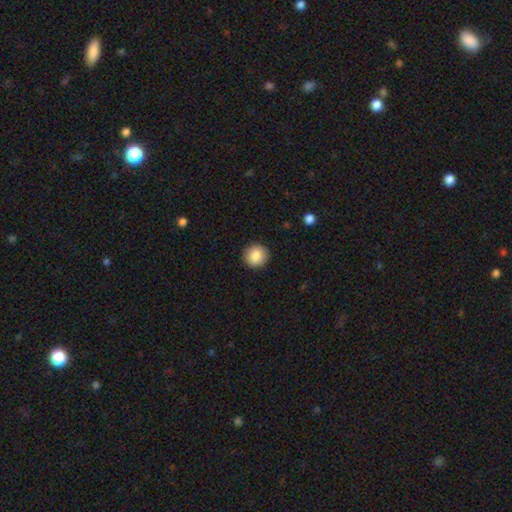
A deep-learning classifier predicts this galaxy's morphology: A smooth galaxy with no disk features (86%) that is round (93%).

Vote fractions:
- Smooth or featured? smooth: 86% / star or artifact: 8% / featured or disk: 6%
- How rounded? round: 93% / in between: 6% / cigar-shaped: 1%
- Merging? none: 92% / minor disturbance: 6% / major disturbance: 2% / merger: 1%